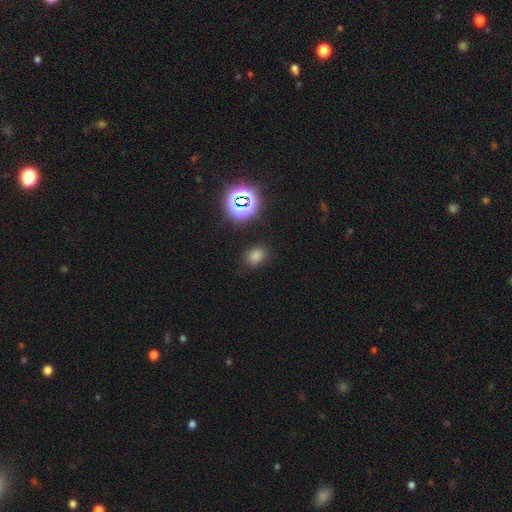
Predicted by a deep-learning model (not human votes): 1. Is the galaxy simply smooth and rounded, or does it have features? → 68% smooth, 26% star or artifact, 6% featured or disk.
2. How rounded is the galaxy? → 53% in between, 46% round, 1% cigar-shaped.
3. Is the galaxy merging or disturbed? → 83% none, 11% minor disturbance, 4% major disturbance, 2% merger.